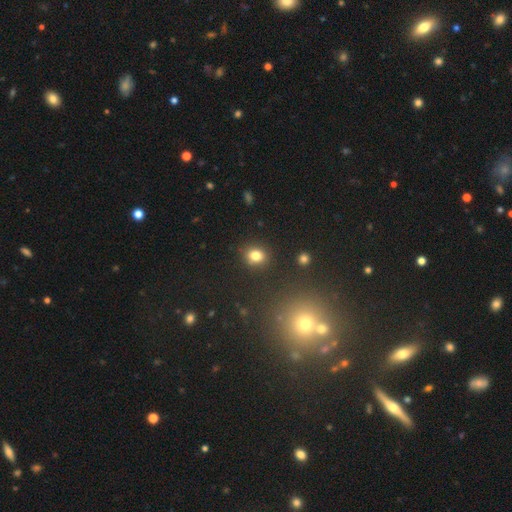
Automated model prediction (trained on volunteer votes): A smooth galaxy with no disk features (81%) that is round (63%). Merging: none (87%).